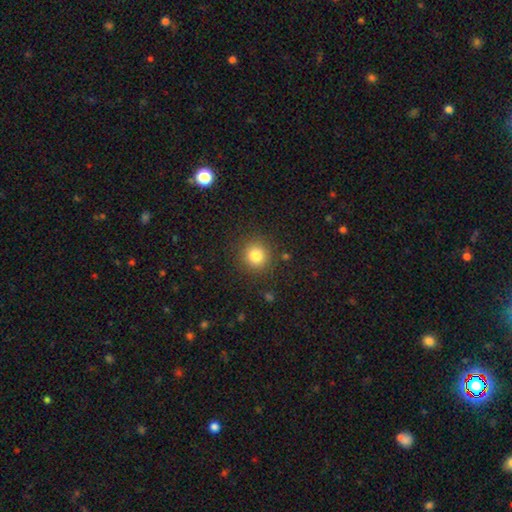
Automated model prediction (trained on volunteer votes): Smooth or featured?
  - smooth: 81% *
  - star or artifact: 12%
  - featured or disk: 6%
How rounded?
  - round: 93% *
  - in between: 6%
  - cigar-shaped: 1%
Merging?
  - none: 89% *
  - minor disturbance: 7%
  - major disturbance: 3%
  - merger: 1%